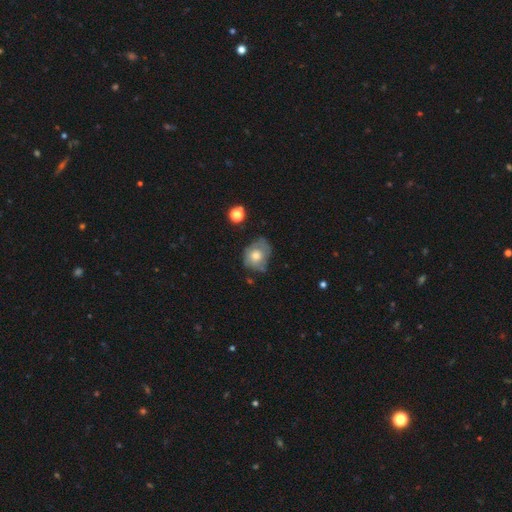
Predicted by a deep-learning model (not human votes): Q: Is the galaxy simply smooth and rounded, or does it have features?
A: smooth — 58%.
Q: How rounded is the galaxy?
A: round — 57%.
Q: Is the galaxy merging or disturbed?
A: none — 46%.